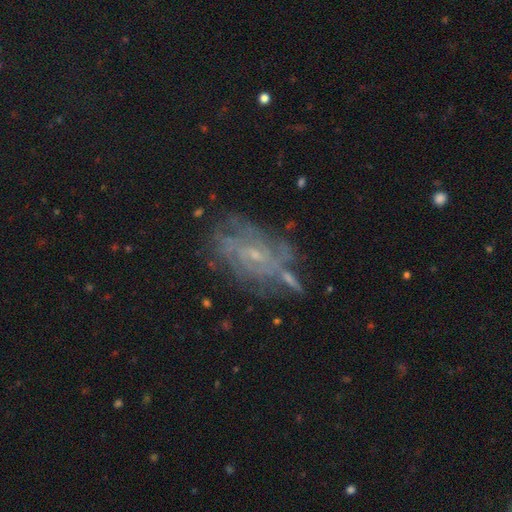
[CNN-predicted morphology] A featured or disk galaxy (72%) with no bar (56%), tight (50%) spiral arms (74%) and a small central bulge (76%).

Vote fractions:
- Smooth or featured? featured or disk: 72% / smooth: 15% / star or artifact: 13%
- Edge-on disk? no: 96% / yes: 4%
- Bar? no: 56% / weak: 36% / strong: 8%
- Spiral arms? yes: 74% / no: 26%
- Spiral winding? tight: 50% / medium: 34% / loose: 16%
- Spiral arm count? can't tell: 56% / 2: 13% / 3: 10% / 4: 9% / more than 4: 6% / 1: 5%
- Bulge size? small: 76% / moderate: 15% / none: 7% / large: 1% / dominant: 1%
- Merging? none: 55% / minor disturbance: 20% / major disturbance: 14% / merger: 11%